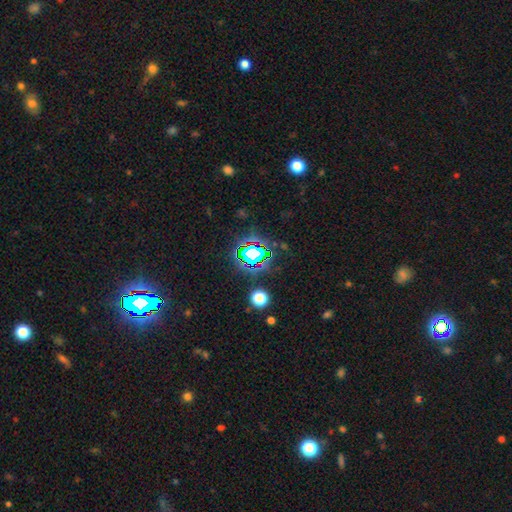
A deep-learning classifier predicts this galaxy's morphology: type=star or artifact (79%).